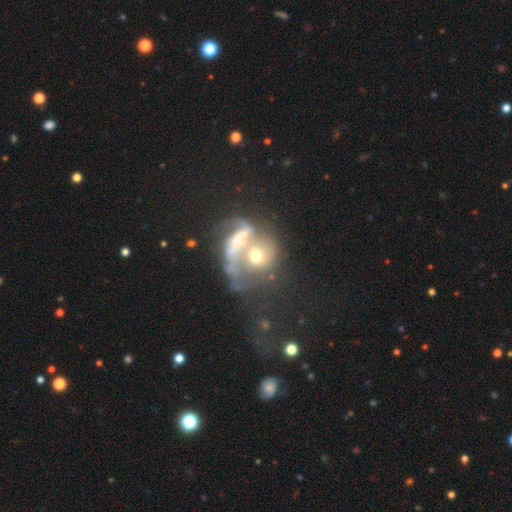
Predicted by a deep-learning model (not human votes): A featured or disk galaxy (66%) with no bar (56%), spiral arms (63%) and a moderate central bulge (52%).

Vote fractions:
- Smooth or featured? featured or disk: 66% / smooth: 23% / star or artifact: 11%
- Edge-on disk? no: 92% / yes: 8%
- Bar? no: 56% / weak: 28% / strong: 16%
- Spiral arms? yes: 63% / no: 37%
- Bulge size? moderate: 52% / small: 29% / large: 9% / none: 7% / dominant: 3%
- Merging? merger: 71% / none: 12% / major disturbance: 12% / minor disturbance: 6%